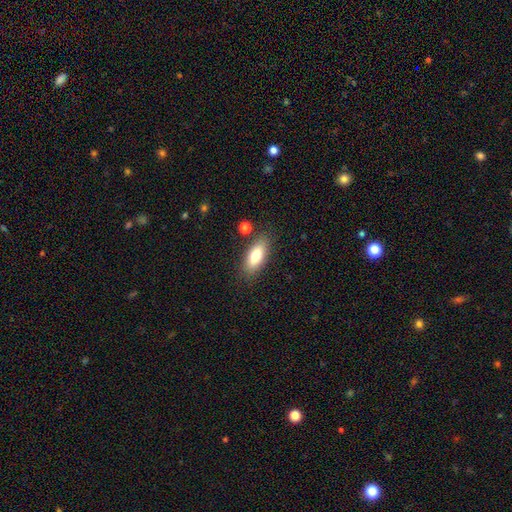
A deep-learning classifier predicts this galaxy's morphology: Smooth or featured? Predicted: smooth (p=0.78). How rounded? Predicted: in between (p=0.78). Merging? Predicted: none (p=0.82).